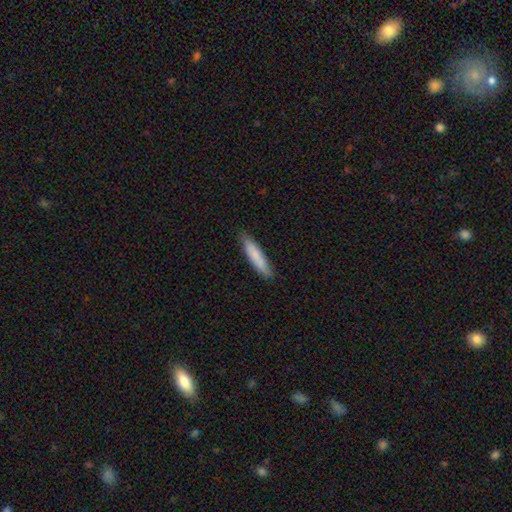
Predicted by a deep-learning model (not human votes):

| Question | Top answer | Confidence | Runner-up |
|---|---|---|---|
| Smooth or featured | smooth | 80% | featured or disk (14%) |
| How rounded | cigar-shaped | 84% | in between (14%) |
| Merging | none | 86% | minor disturbance (11%) |